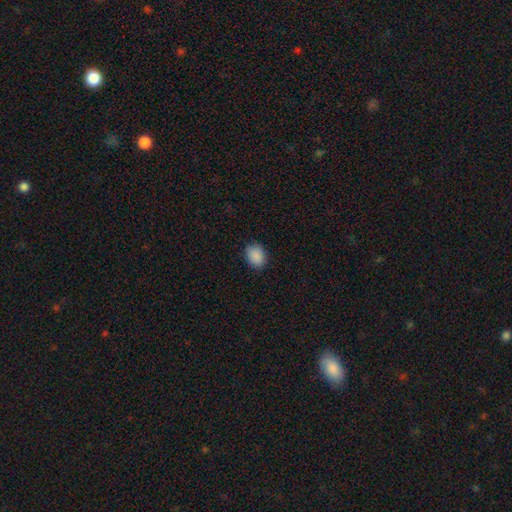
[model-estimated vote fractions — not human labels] Smooth or featured? Predicted: smooth (p=0.89). How rounded? Predicted: in between (p=0.59). Merging? Predicted: none (p=0.86).